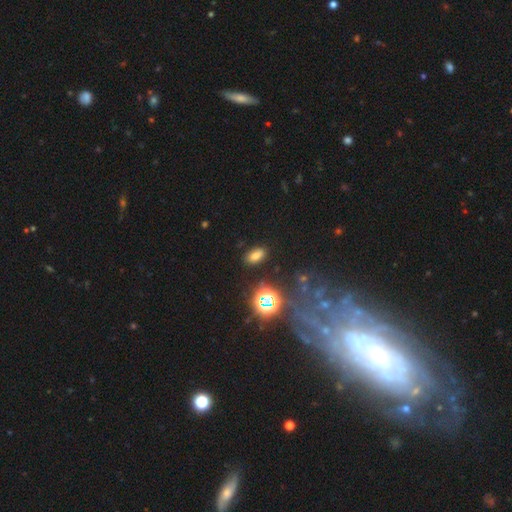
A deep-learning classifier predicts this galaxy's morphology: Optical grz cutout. It shows a smooth galaxy with no disk features (68%) that is in between round and cigar-shaped (88%). Merging: none (87%).